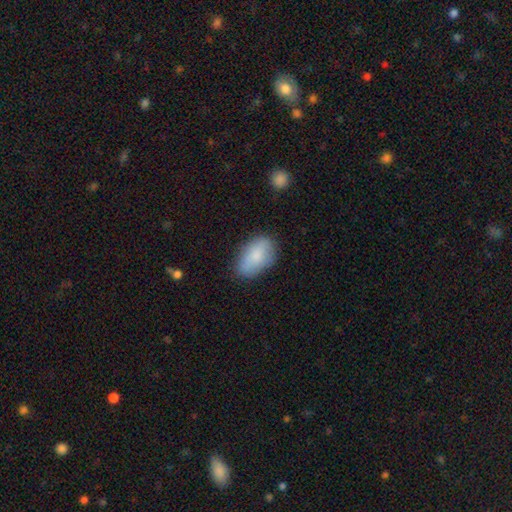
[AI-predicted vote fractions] Smooth or featured: smooth — 81% (featured or disk — 13%)
How rounded: in between — 92% (round — 6%)
Merging: none — 72% (minor disturbance — 21%)